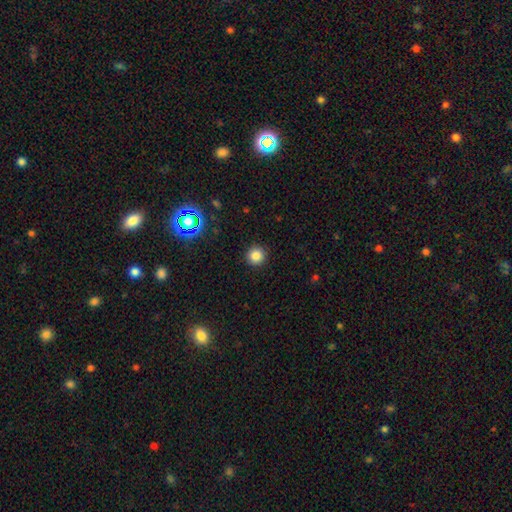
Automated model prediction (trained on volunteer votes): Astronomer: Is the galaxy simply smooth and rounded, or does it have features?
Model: smooth — 83%.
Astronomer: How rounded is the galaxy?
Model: round — 95%.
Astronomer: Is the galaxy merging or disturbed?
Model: none — 92%.